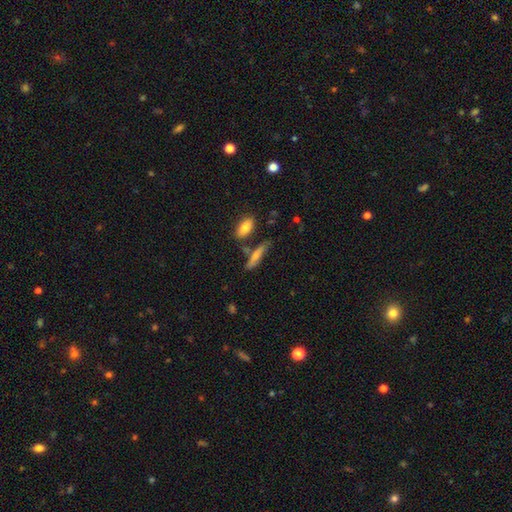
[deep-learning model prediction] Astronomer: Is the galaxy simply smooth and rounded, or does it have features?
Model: smooth — 65%.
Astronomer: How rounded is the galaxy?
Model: cigar-shaped — 72%.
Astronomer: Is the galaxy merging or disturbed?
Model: none — 62%.